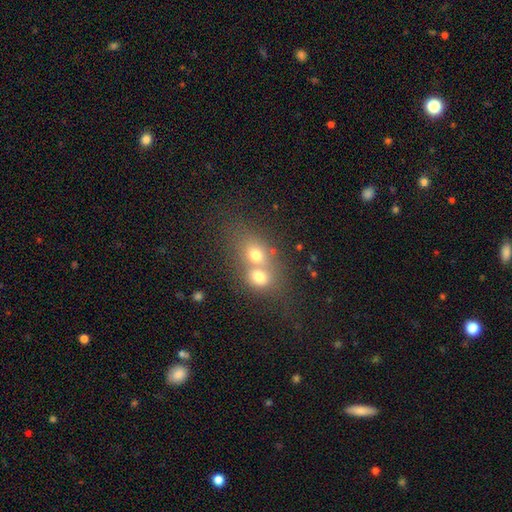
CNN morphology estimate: Overall: smooth (60%; featured or disk 25%). How rounded: round (56%; in between 41%). Merging: merger (70%).